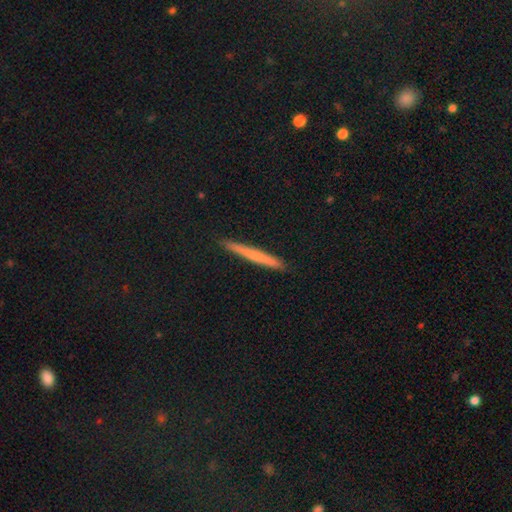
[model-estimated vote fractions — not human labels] A smooth galaxy with no disk features (55%) that is cigar-shaped (97%).

Vote fractions:
- Smooth or featured? smooth: 55% / featured or disk: 38% / star or artifact: 6%
- How rounded? cigar-shaped: 97% / in between: 2% / round: 1%
- Merging? none: 92% / minor disturbance: 6% / major disturbance: 1% / merger: 1%